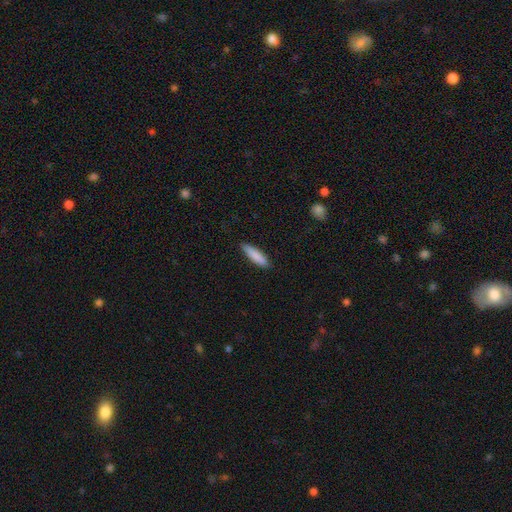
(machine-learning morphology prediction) This appears to be a smooth galaxy with no disk features (86%) that is cigar-shaped (74%). Merging: none (88%).